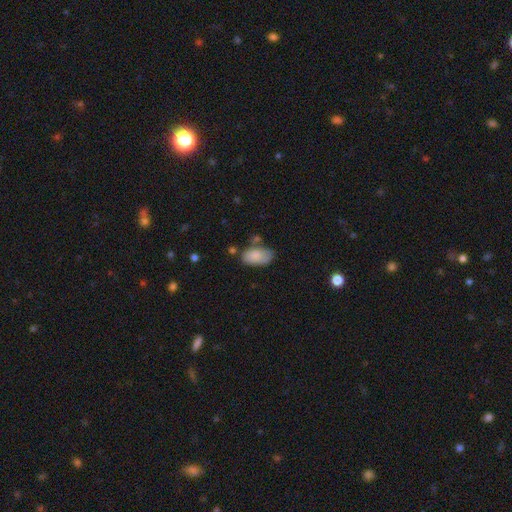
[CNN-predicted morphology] This appears to be a smooth galaxy with no disk features (84%) that is in between round and cigar-shaped (94%). Merging: none (57%).